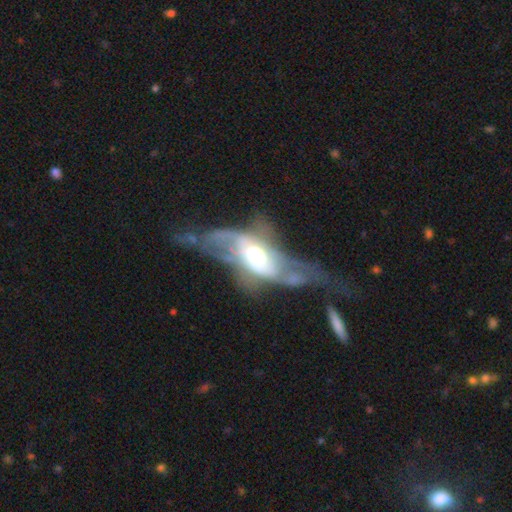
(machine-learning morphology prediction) Q: Smooth or featured?
A: featured or disk (75%); runner-up: smooth (17%)
Q: Edge-on disk?
A: no (86%); runner-up: yes (14%)
Q: Bar?
A: no (66%); runner-up: weak (24%)
Q: Spiral arms?
A: yes (57%); runner-up: no (43%)
Q: Bulge size?
A: moderate (62%); runner-up: large (26%)
Q: Merging?
A: major disturbance (53%); runner-up: none (18%)